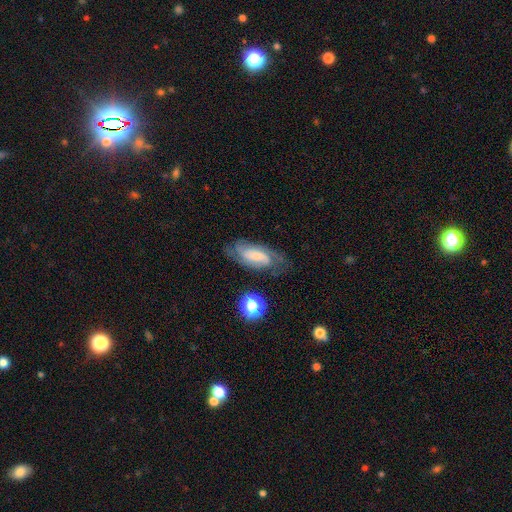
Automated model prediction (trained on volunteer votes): Smooth or featured: featured or disk — 68% (smooth — 23%)
Edge-on disk: no — 91% (yes — 9%)
Bar: weak — 44% (no — 38%)
Spiral arms: yes — 92% (no — 8%)
Spiral winding: medium — 46% (tight — 39%)
Spiral arm count: 2 — 60% (can't tell — 22%)
Bulge size: small — 45% (moderate — 27%)
Merging: none — 70% (minor disturbance — 19%)